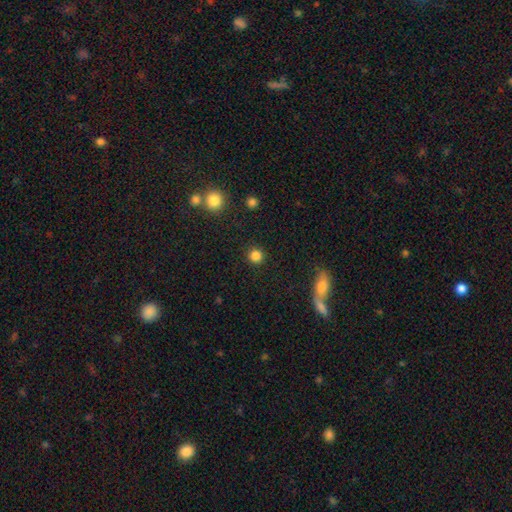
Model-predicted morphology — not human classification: This is clearly a smooth galaxy (83%). How rounded: clearly round (93%). Merging: clearly none (90%).